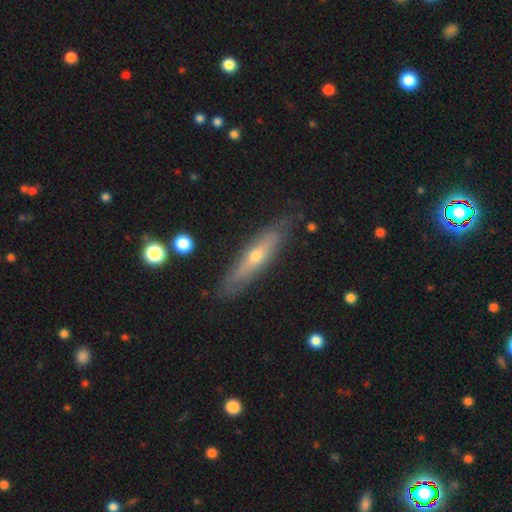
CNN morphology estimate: Smooth or featured: featured or disk — 57% (smooth — 36%)
Edge-on disk: yes — 80% (no — 20%)
Merging: none — 84% (minor disturbance — 12%)